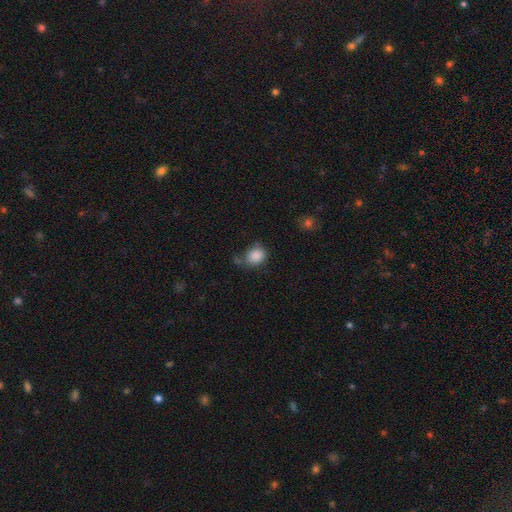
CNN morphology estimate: This is clearly a smooth galaxy (87%). How rounded: possibly round (54%). Merging: possibly none (58%).